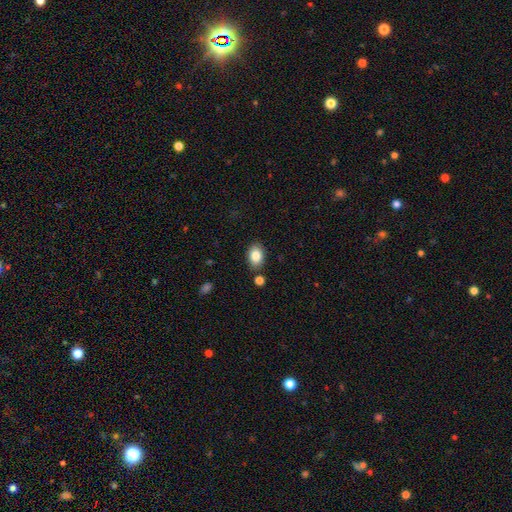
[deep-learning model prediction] The model was most divided on "how rounded": in between: 83%, round: 16%, cigar-shaped: 1%. More confident: smooth or featured — smooth (85%); merging — none (84%).